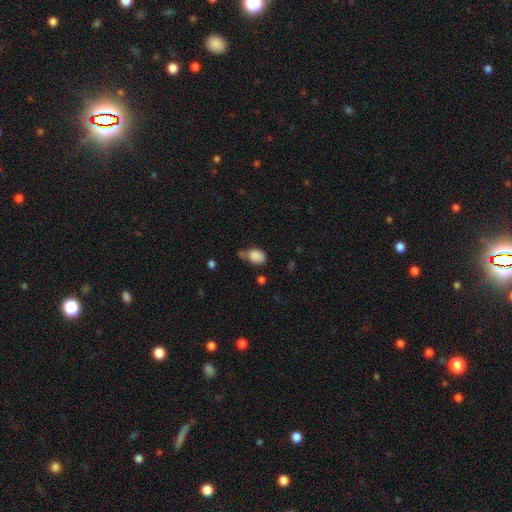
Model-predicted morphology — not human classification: type=smooth (85%); roundness=in between (76%); merging=none (44%).